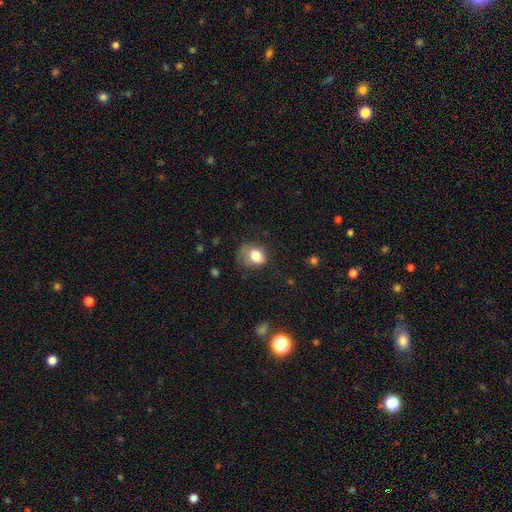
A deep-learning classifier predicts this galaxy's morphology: Smooth or featured? smooth (76%)
How rounded? in between (54%)
Merging? none (42%)